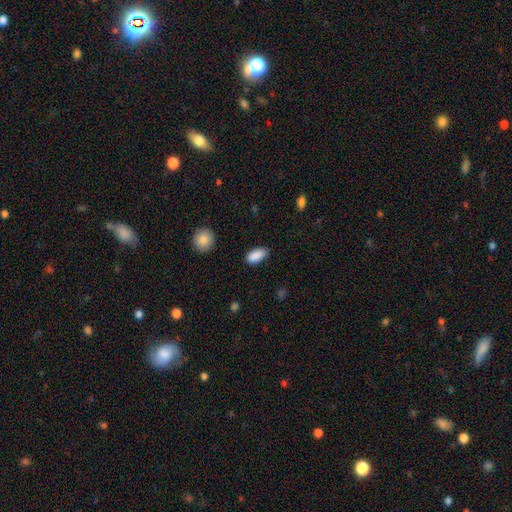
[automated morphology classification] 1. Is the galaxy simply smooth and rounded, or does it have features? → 89% smooth, 7% star or artifact, 4% featured or disk.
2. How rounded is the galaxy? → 90% in between, 7% cigar-shaped, 3% round.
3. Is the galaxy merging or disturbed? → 79% none, 17% minor disturbance, 3% major disturbance, 1% merger.